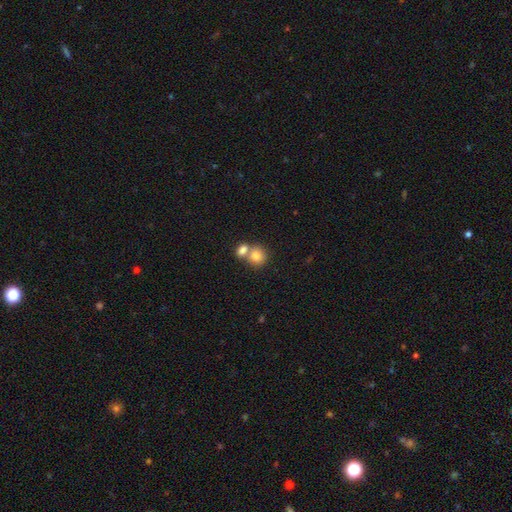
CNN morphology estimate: A smooth galaxy with no disk features (81%) that is round (75%).

Vote fractions:
- Smooth or featured? smooth: 81% / featured or disk: 10% / star or artifact: 9%
- How rounded? round: 75% / in between: 23% / cigar-shaped: 1%
- Merging? merger: 53% / none: 37% / minor disturbance: 7% / major disturbance: 3%